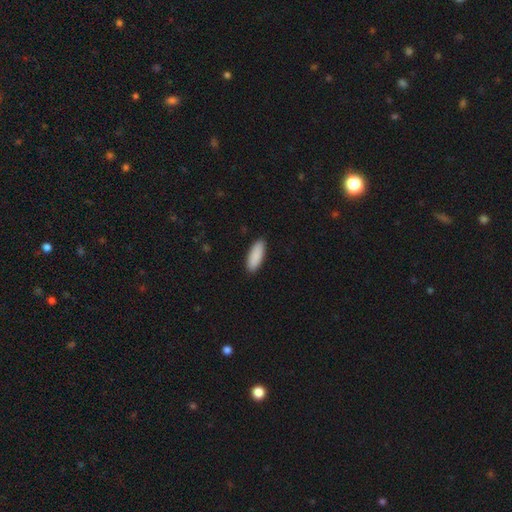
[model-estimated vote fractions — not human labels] Overall: smooth (90%). How rounded: in between (67%; cigar-shaped 32%). Merging: none (90%).